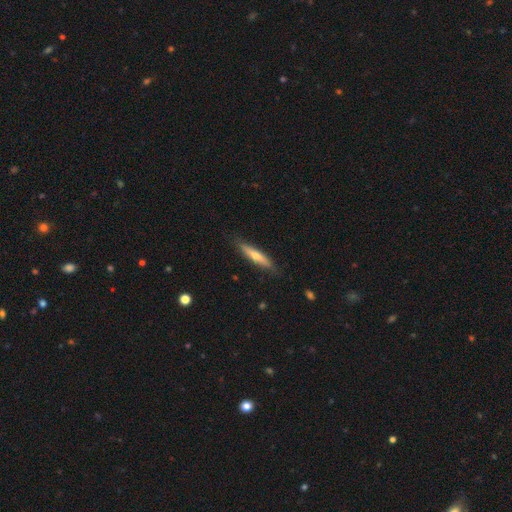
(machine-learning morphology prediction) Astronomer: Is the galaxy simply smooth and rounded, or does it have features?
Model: smooth — 51% (runner-up: featured or disk, 42%).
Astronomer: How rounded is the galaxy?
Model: cigar-shaped — 87%.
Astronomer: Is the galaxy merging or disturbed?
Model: none — 85%.